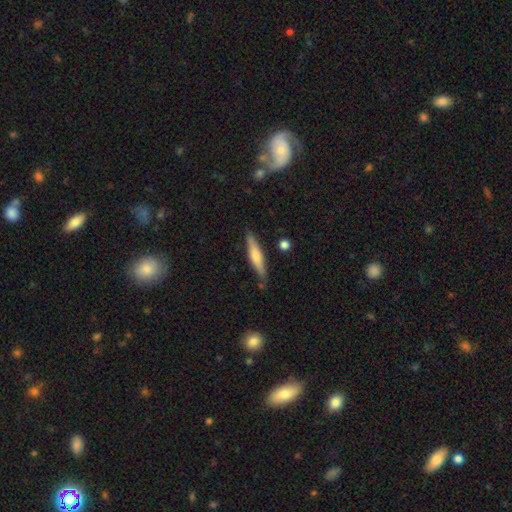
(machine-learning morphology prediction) This appears to be a smooth galaxy with no disk features (49%). Merging: none (85%).